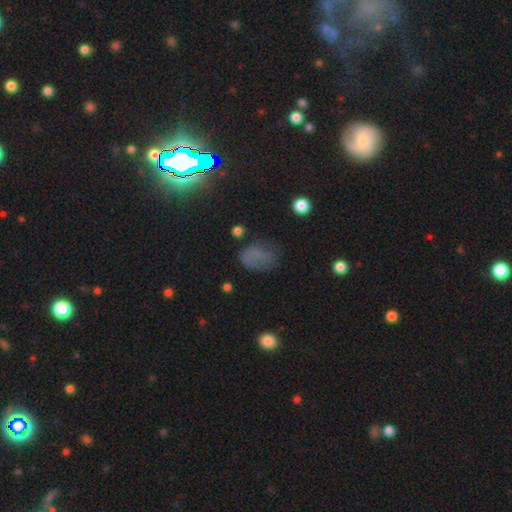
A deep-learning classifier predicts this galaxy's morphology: Overall: smooth (55%; star or artifact 27%). How rounded: in between (76%). Merging: none (51%; minor disturbance 25%).